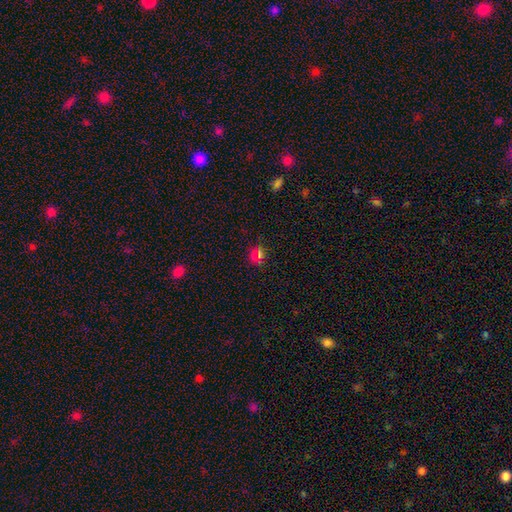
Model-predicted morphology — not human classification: Smooth or featured? Predicted: smooth (p=0.57). How rounded? Predicted: round (p=0.80). Merging? Predicted: none (p=0.83).